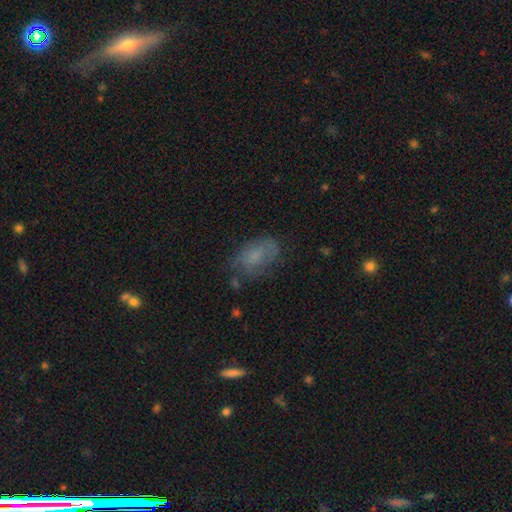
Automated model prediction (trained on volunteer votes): This appears to be a smooth galaxy with no disk features (60%) that is in between round and cigar-shaped (87%). Merging: none (59%).